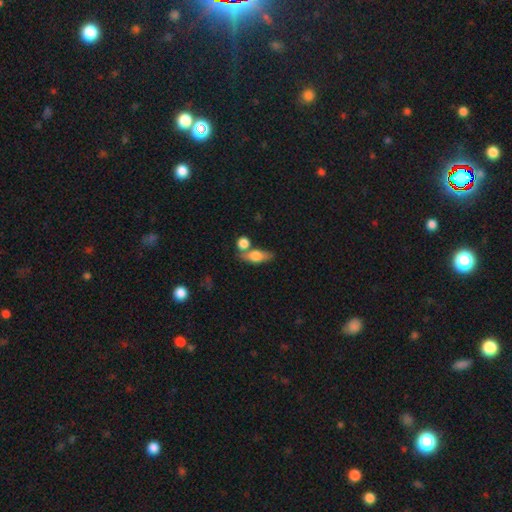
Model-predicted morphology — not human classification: smooth 66%, featured or disk 26%, star or artifact 8%. Down the decision tree: how rounded — in between (65%); merging — none (55%).